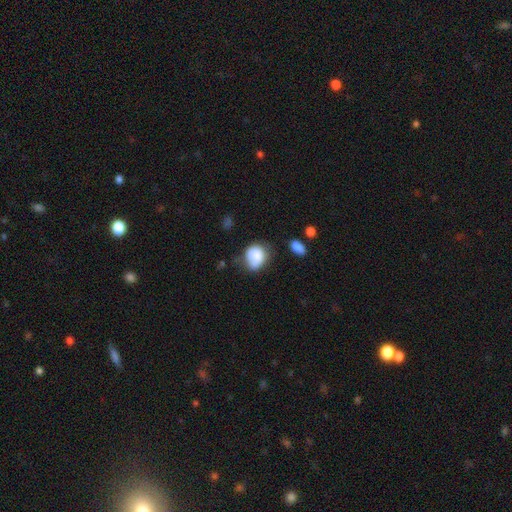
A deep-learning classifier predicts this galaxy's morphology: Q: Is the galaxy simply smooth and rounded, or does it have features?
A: smooth — 82%.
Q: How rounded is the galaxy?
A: round — 54%.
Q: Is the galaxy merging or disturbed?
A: none — 42%.